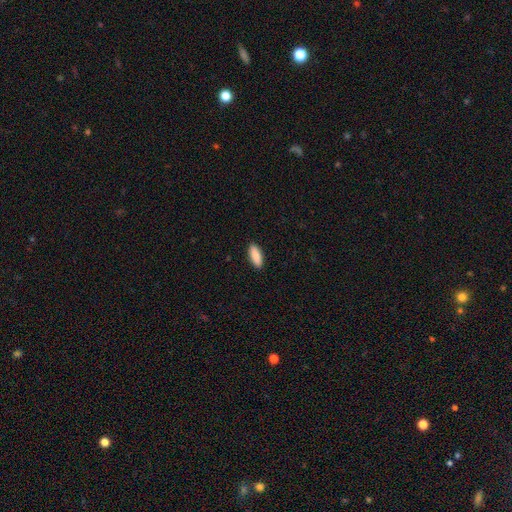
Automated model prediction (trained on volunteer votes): A smooth galaxy with no disk features (90%) that is in between round and cigar-shaped (71%). Merging: none (91%).